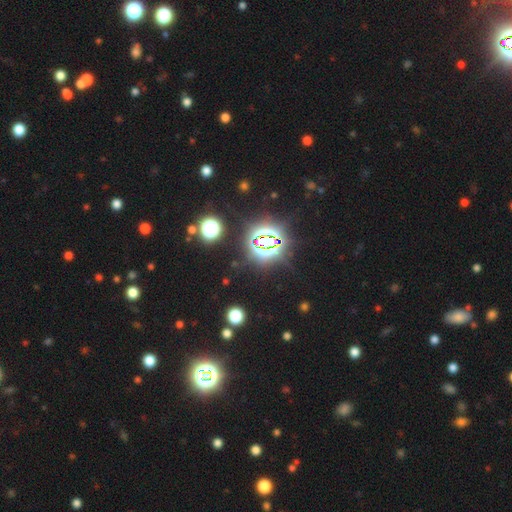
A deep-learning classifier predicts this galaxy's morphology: Smooth or featured? star or artifact (80%)